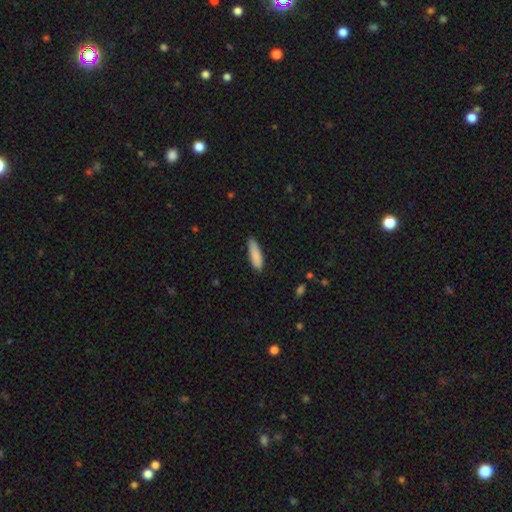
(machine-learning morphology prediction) smooth 88%, featured or disk 6%, star or artifact 6%. Down the decision tree: how rounded — cigar-shaped (58%); merging — none (82%).